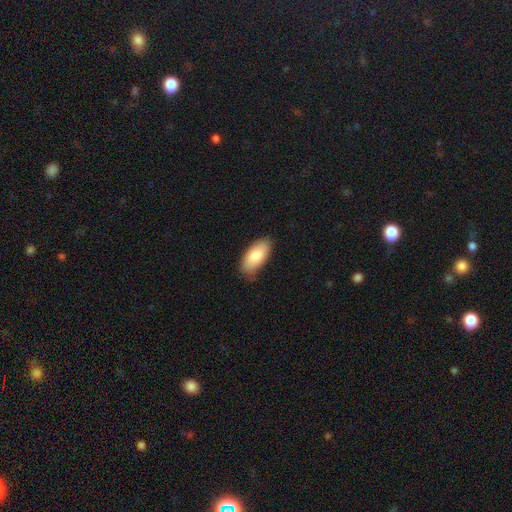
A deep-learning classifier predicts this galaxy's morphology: Smooth or featured? Predicted: smooth (p=0.83). How rounded? Predicted: in between (p=0.92). Merging? Predicted: none (p=0.81).